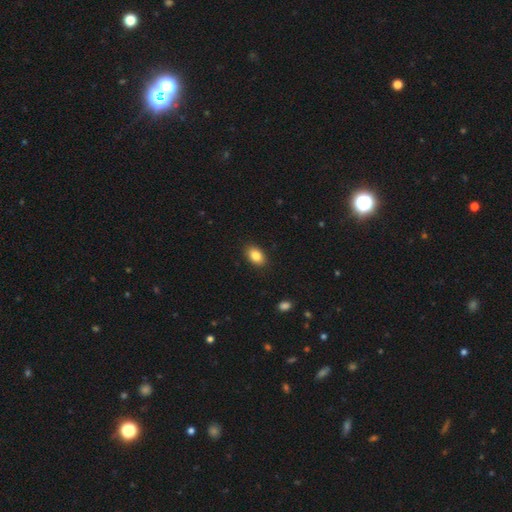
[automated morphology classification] This is clearly a smooth galaxy (86%). How rounded: clearly in between (88%). Merging: clearly none (89%).